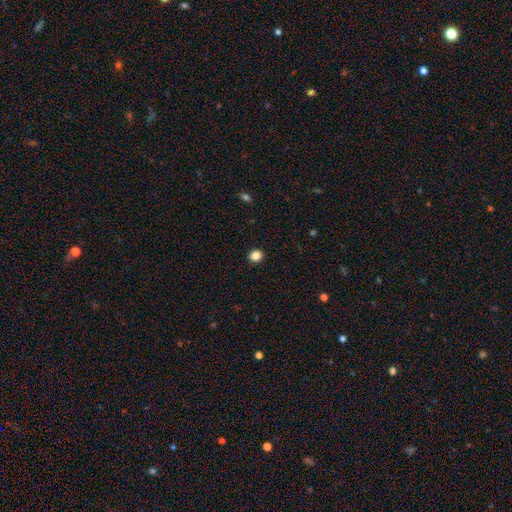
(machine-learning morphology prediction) Smooth or featured?
  - smooth: 85% *
  - star or artifact: 11%
  - featured or disk: 3%
How rounded?
  - round: 85% *
  - in between: 14%
  - cigar-shaped: 1%
Merging?
  - none: 93% *
  - minor disturbance: 5%
  - major disturbance: 2%
  - merger: 1%